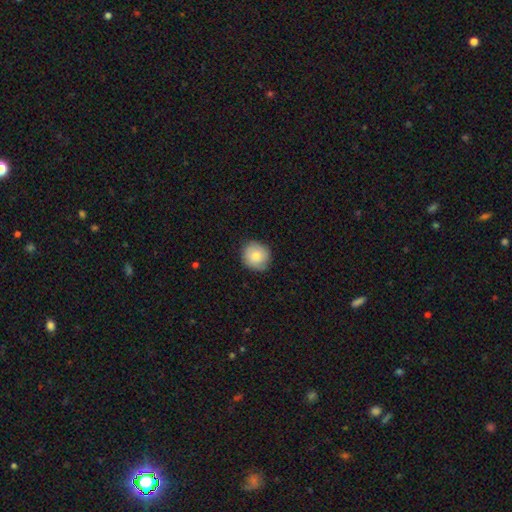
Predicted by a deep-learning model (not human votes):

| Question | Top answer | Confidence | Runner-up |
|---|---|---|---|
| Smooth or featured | smooth | 79% | featured or disk (13%) |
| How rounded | round | 90% | in between (9%) |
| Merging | none | 84% | minor disturbance (13%) |